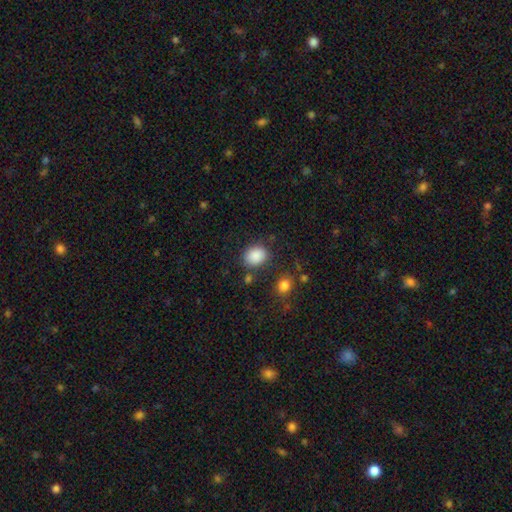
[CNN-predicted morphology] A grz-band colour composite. It shows a smooth galaxy with no disk features (87%) that is round (51%). Merging: none (78%).